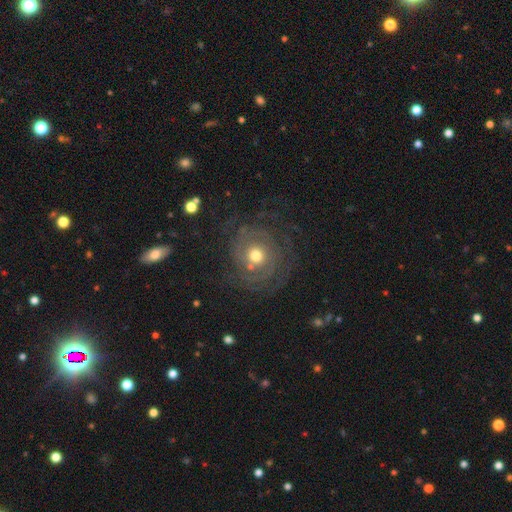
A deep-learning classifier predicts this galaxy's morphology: Q: Smooth or featured?
A: featured or disk (76%); runner-up: smooth (15%)
Q: Edge-on disk?
A: no (97%); runner-up: yes (3%)
Q: Bar?
A: no (84%); runner-up: weak (12%)
Q: Spiral arms?
A: yes (87%); runner-up: no (13%)
Q: Spiral winding?
A: tight (67%); runner-up: medium (23%)
Q: Spiral arm count?
A: can't tell (37%); runner-up: 2 (21%)
Q: Bulge size?
A: moderate (67%); runner-up: small (22%)
Q: Merging?
A: none (71%); runner-up: minor disturbance (14%)